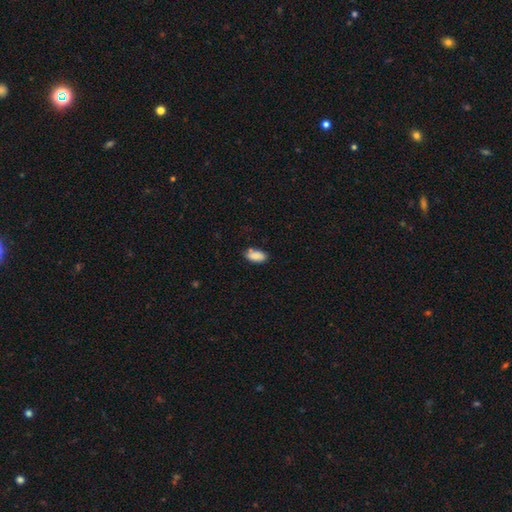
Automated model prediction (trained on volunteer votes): smooth 87%, star or artifact 7%, featured or disk 6%. Down the decision tree: how rounded — in between (92%); merging — none (72%).